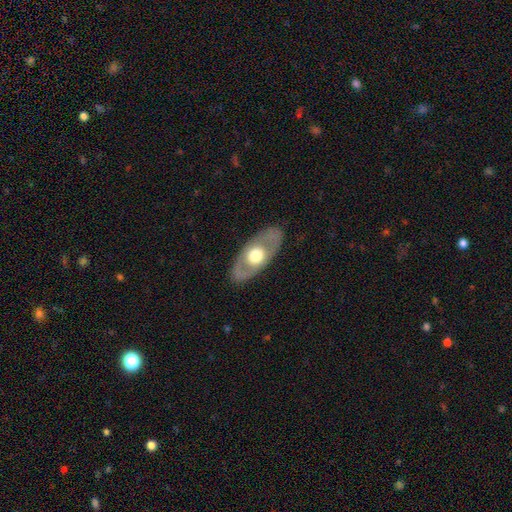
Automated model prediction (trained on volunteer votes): smooth_or_featured: featured or disk (p=0.56) [alt: smooth p=0.40]
disk_edge_on: no (p=0.80) [alt: yes p=0.20]
merging: none (p=0.85) [alt: minor disturbance p=0.10]